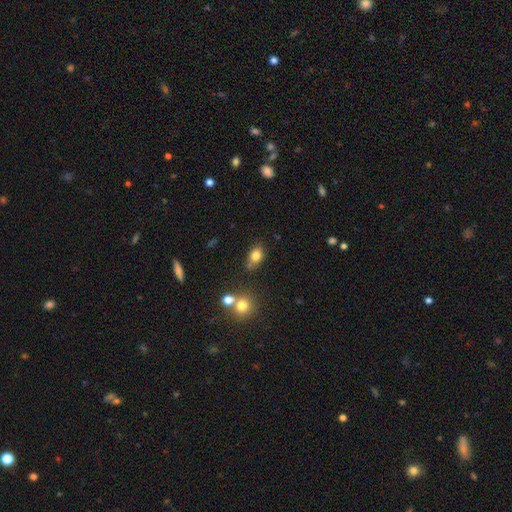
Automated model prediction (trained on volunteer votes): This is clearly a smooth galaxy (80%). How rounded: likely in between (65%). Merging: likely none (63%).